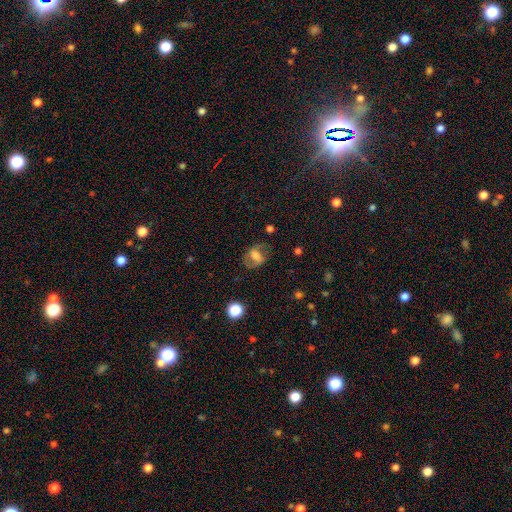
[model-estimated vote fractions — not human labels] This appears to be a featured or disk galaxy (49%). Merging: none (65%).